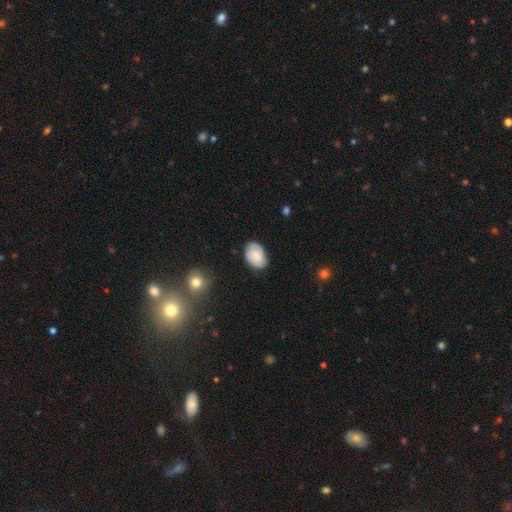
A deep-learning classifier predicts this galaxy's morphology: A smooth galaxy with no disk features (65%) that is in between round and cigar-shaped (84%). Merging: none (77%).